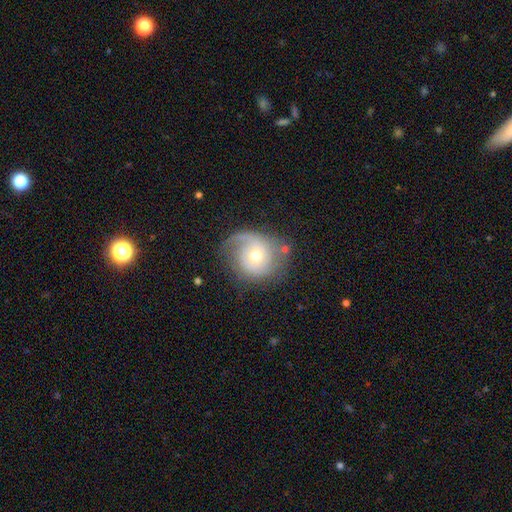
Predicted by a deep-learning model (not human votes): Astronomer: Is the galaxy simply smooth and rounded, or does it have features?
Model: featured or disk — 65%.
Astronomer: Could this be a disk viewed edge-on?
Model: no — 97%.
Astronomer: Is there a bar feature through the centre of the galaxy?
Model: no — 77%.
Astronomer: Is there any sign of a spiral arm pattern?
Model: yes — 85%.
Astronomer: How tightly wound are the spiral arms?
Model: medium — 36% (runner-up: tight, 35%).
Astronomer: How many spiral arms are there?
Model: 1 — 50% (runner-up: 2, 31%).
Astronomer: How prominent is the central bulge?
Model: moderate — 56% (runner-up: small, 39%).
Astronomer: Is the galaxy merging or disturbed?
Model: none — 55%.